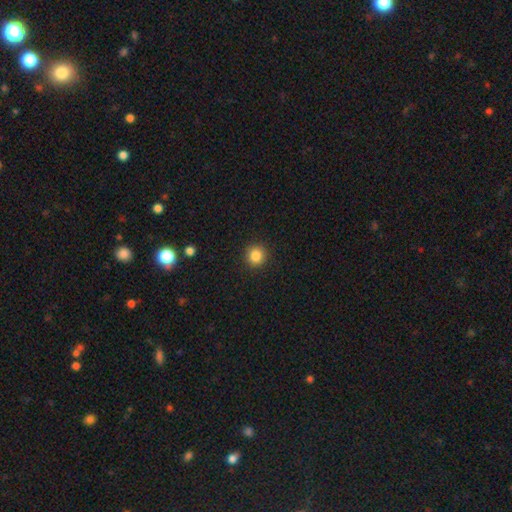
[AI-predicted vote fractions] smooth-or-featured: smooth: 85% | star or artifact: 10% | featured or disk: 5%
  how-rounded: round: 94% | in between: 5% | cigar-shaped: 1%
  merging: none: 92% | minor disturbance: 5% | major disturbance: 2% | merger: 1%